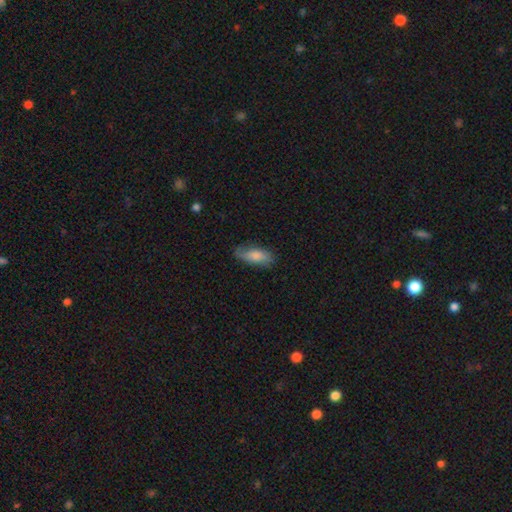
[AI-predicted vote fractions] Smooth or featured? Predicted: smooth (p=0.79). How rounded? Predicted: in between (p=0.77). Merging? Predicted: none (p=0.73).